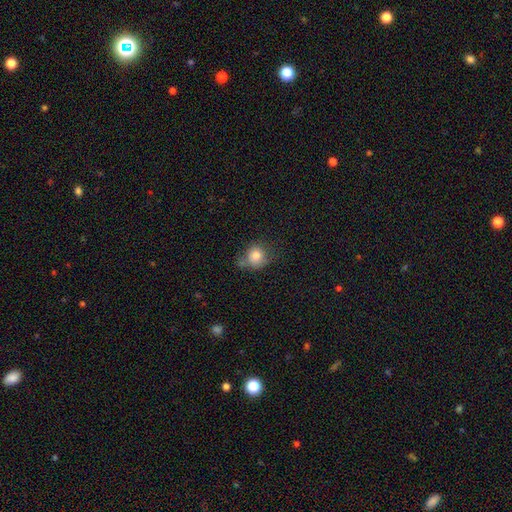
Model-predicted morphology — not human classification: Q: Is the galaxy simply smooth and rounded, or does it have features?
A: smooth — 80%.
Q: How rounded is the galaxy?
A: round — 80%.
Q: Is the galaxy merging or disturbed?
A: none — 51%.